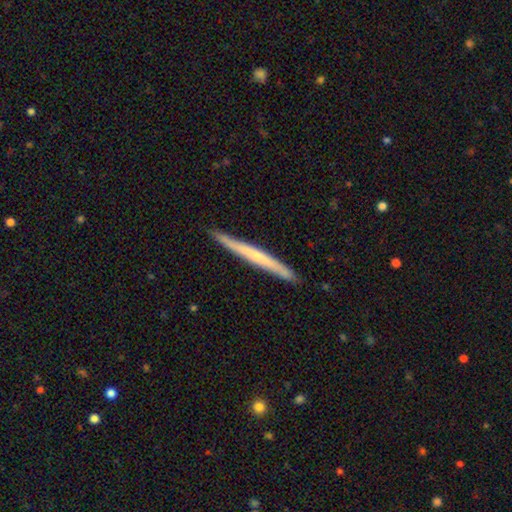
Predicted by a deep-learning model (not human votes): smooth-or-featured: featured or disk: 54% | smooth: 40% | star or artifact: 5%
  disk-edge-on: yes: 97% | no: 3%
    edge-on-bulge: none: 64% | rounded: 31% | boxy: 5%
  merging: none: 89% | minor disturbance: 8% | major disturbance: 1% | merger: 1%